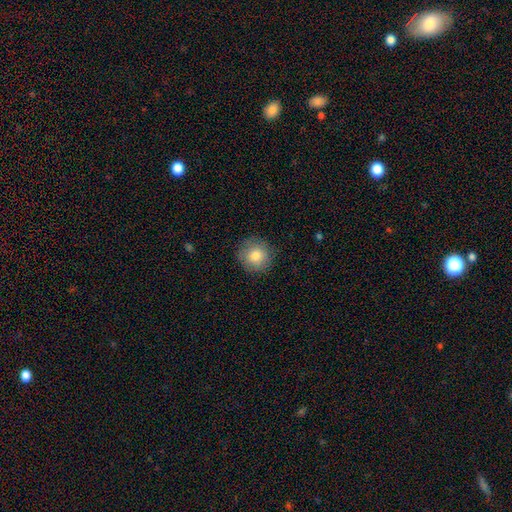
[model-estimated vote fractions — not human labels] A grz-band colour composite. It shows a smooth galaxy with no disk features (82%) that is round (94%). Merging: none (88%).